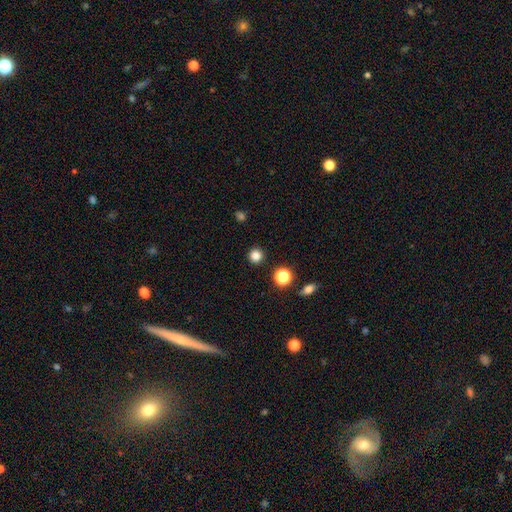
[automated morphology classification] Smooth or featured? smooth (83%)
How rounded? round (94%)
Merging? none (92%)